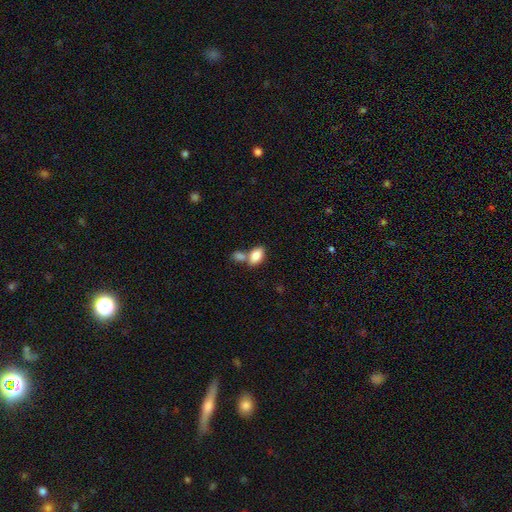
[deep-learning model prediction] Q: Smooth or featured?
A: smooth (85%); runner-up: featured or disk (8%)
Q: How rounded?
A: in between (91%); runner-up: round (7%)
Q: Merging?
A: merger (44%); runner-up: none (41%)